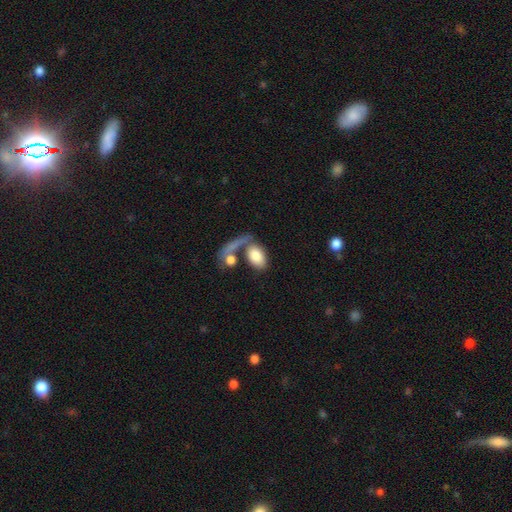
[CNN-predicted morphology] smooth-or-featured: smooth: 79% | featured or disk: 14% | star or artifact: 7%
  how-rounded: in between: 89% | round: 8% | cigar-shaped: 3%
  merging: none: 39% | merger: 36% | major disturbance: 13% | minor disturbance: 11%